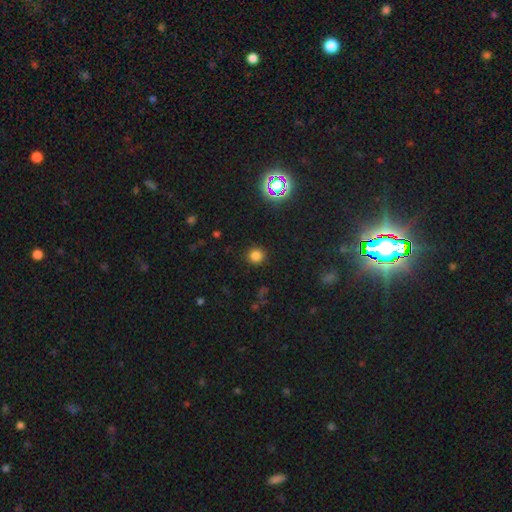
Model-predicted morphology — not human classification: A smooth galaxy with no disk features (77%) that is round (92%). Merging: none (90%).